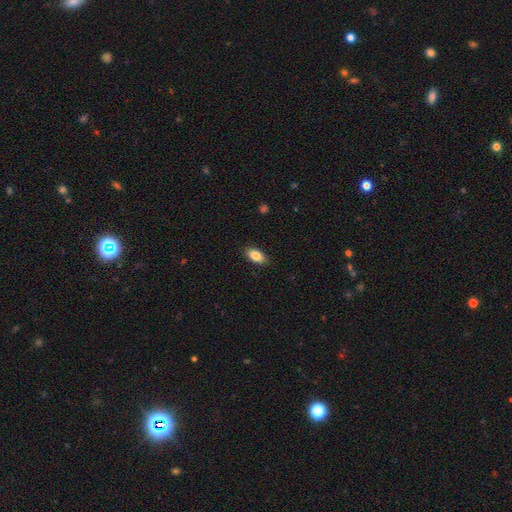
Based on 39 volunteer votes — smooth 77%, featured or disk 18%, star or artifact 5%. Down the decision tree: how rounded — in between (90%); merging — none (92%).